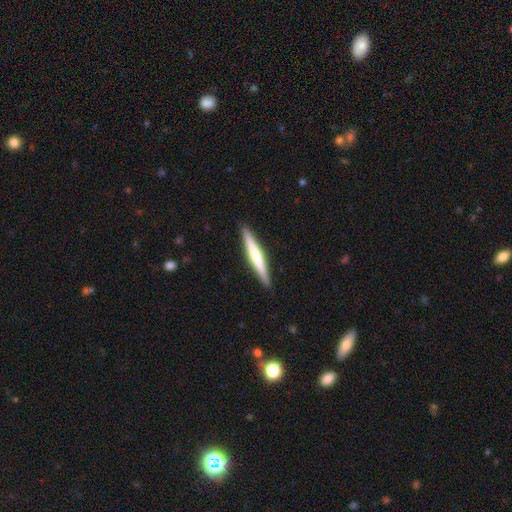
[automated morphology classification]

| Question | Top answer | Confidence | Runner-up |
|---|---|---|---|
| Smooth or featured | smooth | 48% | featured or disk (47%) |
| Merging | none | 91% | minor disturbance (6%) |